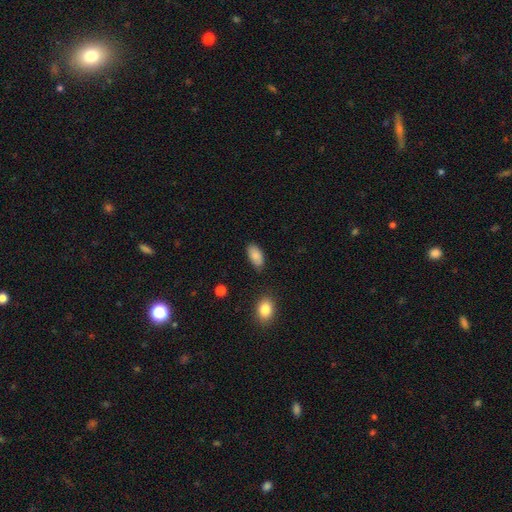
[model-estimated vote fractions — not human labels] The model was most divided on "merging": none: 80%, minor disturbance: 15%, major disturbance: 3%, merger: 3%. More confident: how rounded — in between (94%); smooth or featured — smooth (85%).